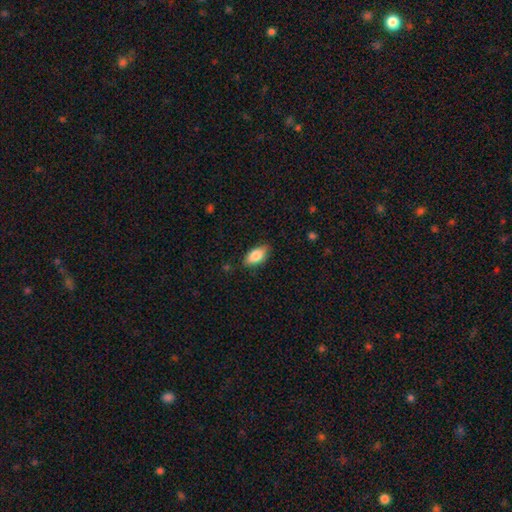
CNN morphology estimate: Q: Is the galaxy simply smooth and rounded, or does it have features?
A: smooth — 85%.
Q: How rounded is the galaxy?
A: in between — 91%.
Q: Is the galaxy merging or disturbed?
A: none — 83%.